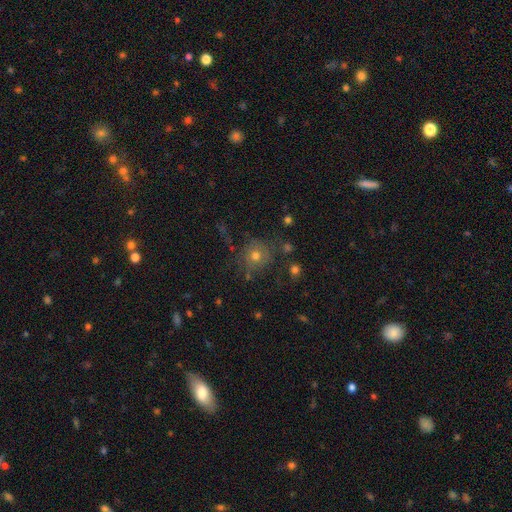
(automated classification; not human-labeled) Smooth or featured? smooth (62%)
How rounded? round (88%)
Merging? none (72%)